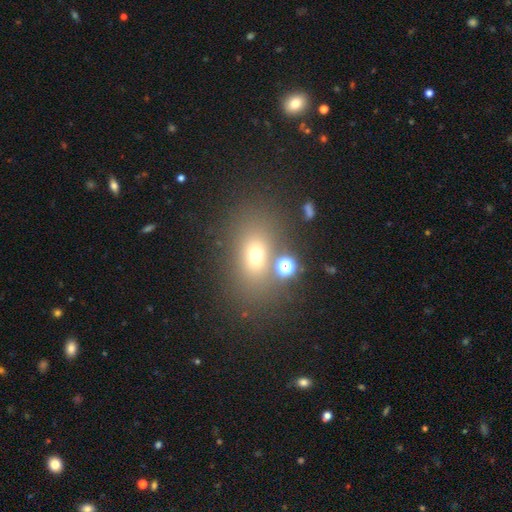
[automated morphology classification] smooth_or_featured: smooth (p=0.64) [alt: star or artifact p=0.20]
how_rounded: in between (p=0.69) [alt: round p=0.28]
merging: none (p=0.71) [alt: merger p=0.12]